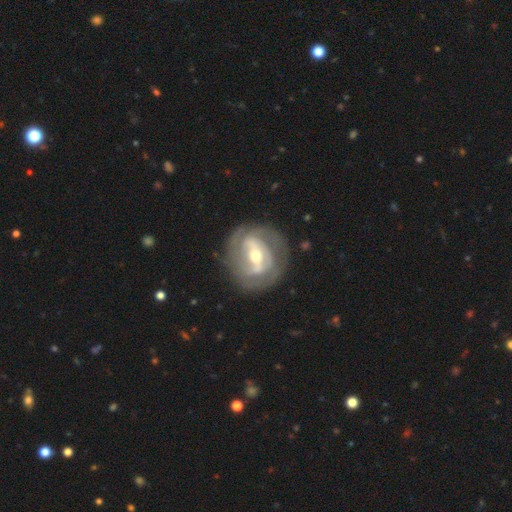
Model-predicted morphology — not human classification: Smooth or featured? featured or disk (82%)
Edge-on disk? no (95%)
Bar? strong (52%)
Spiral arms? yes (80%)
Spiral winding? tight (59%)
Spiral arm count? 2 (51%)
Bulge size? moderate (63%)
Merging? none (77%)